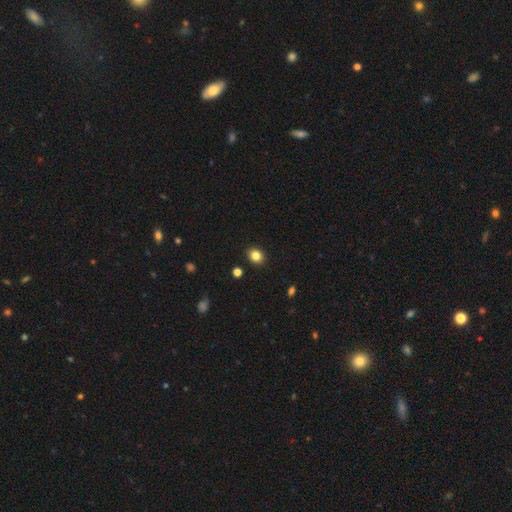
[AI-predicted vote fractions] A smooth galaxy with no disk features (83%) that is round (59%).

Vote fractions:
- Smooth or featured? smooth: 83% / star or artifact: 11% / featured or disk: 6%
- How rounded? round: 59% / in between: 40% / cigar-shaped: 1%
- Merging? none: 90% / minor disturbance: 6% / major disturbance: 2% / merger: 1%